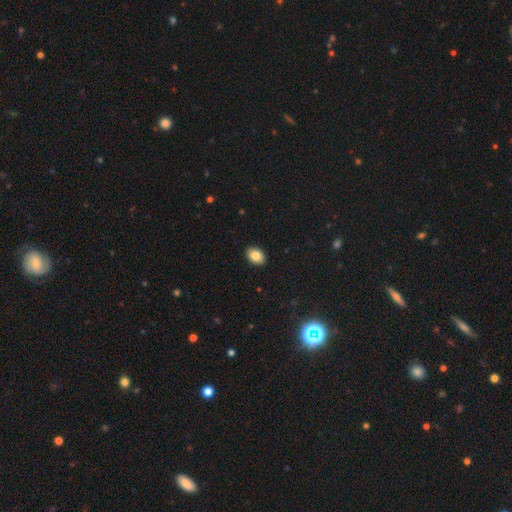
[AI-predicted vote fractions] smooth_or_featured: smooth (p=0.84) [alt: star or artifact p=0.08]
how_rounded: in between (p=0.80) [alt: round p=0.19]
merging: none (p=0.91) [alt: minor disturbance p=0.07]